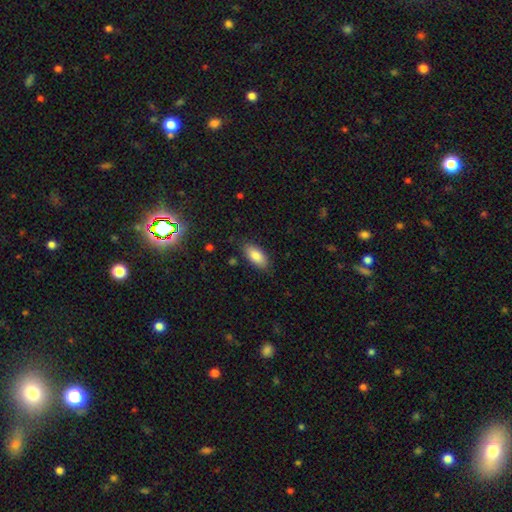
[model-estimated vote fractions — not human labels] Overall: smooth (85%). How rounded: in between (90%). Merging: none (84%).